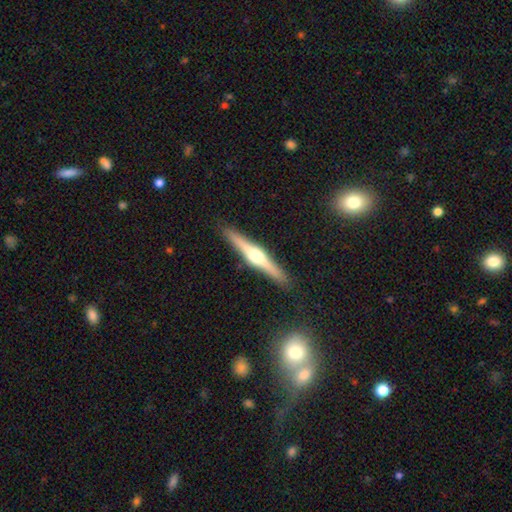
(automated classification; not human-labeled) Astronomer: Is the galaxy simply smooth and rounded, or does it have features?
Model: featured or disk — 75%.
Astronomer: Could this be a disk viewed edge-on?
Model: yes — 98%.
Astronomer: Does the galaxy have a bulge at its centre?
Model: rounded — 93%.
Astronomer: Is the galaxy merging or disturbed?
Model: none — 91%.